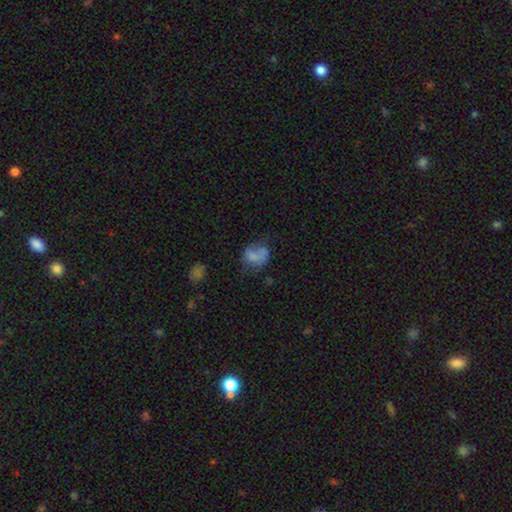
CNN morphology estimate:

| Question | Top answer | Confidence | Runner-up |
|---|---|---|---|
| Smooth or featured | smooth | 58% | featured or disk (30%) |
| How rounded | in between | 66% | round (33%) |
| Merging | none | 31% | tied: major disturbance (31%) |